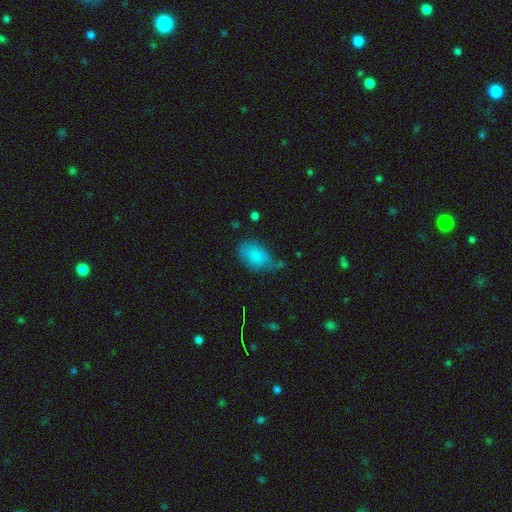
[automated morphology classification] Smooth or featured? smooth (82%)
How rounded? in between (90%)
Merging? none (48%)